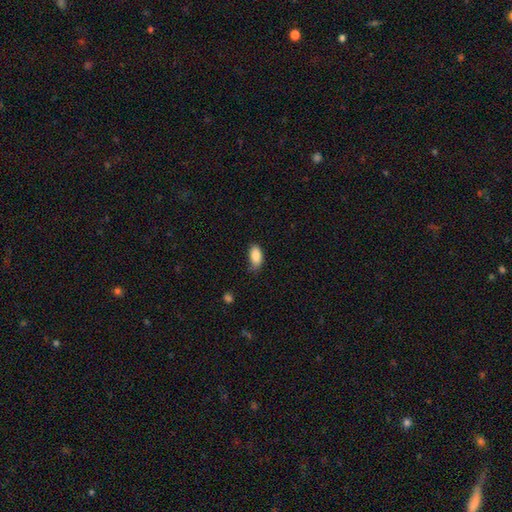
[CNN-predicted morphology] Smooth or featured? Predicted: smooth (p=0.87). How rounded? Predicted: in between (p=0.92). Merging? Predicted: none (p=0.69).